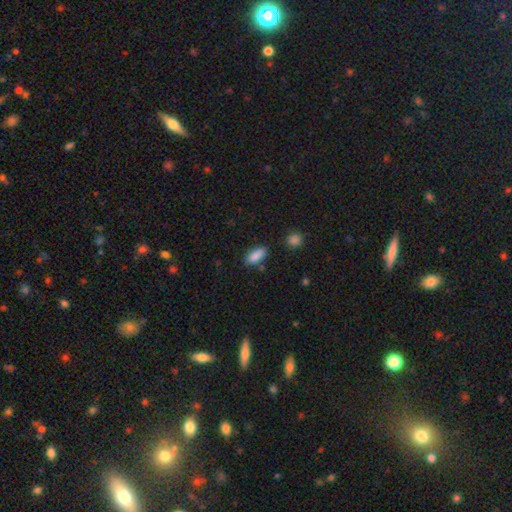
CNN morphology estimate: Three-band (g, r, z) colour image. It shows a smooth galaxy with no disk features (88%) that is in between round and cigar-shaped (82%). Merging: none (77%).